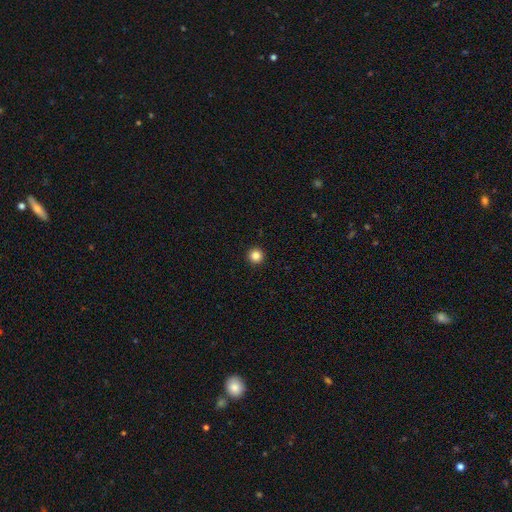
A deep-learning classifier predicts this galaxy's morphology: Smooth or featured? smooth (85%)
How rounded? round (97%)
Merging? none (94%)